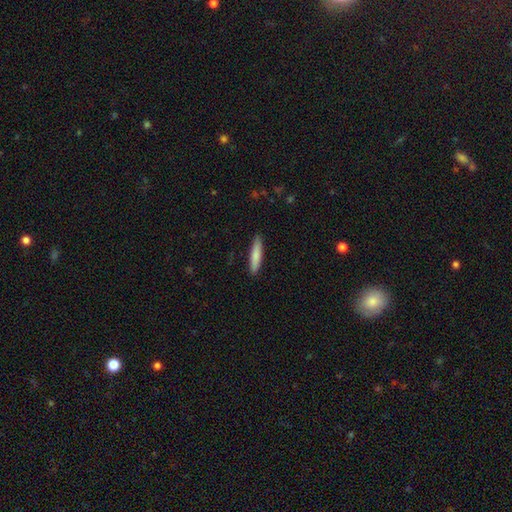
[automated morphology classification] Overall: smooth (81%). How rounded: cigar-shaped (85%). Merging: none (89%).